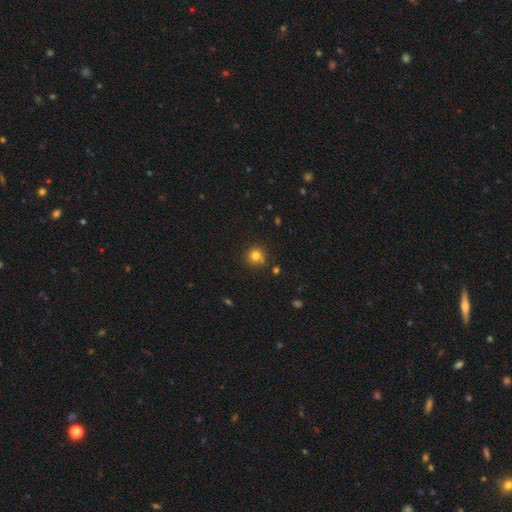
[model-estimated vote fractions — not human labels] The model was most divided on "smooth or featured": smooth: 79%, star or artifact: 14%, featured or disk: 7%. More confident: how rounded — round (92%); merging — none (79%).